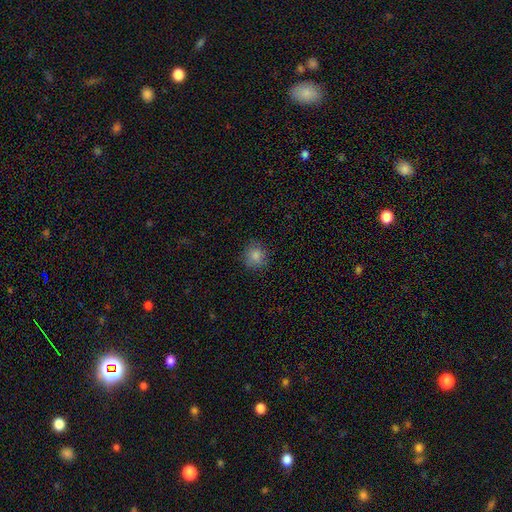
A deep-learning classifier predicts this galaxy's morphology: smooth 84%, star or artifact 11%, featured or disk 6%. Down the decision tree: how rounded — round (87%); merging — none (85%).